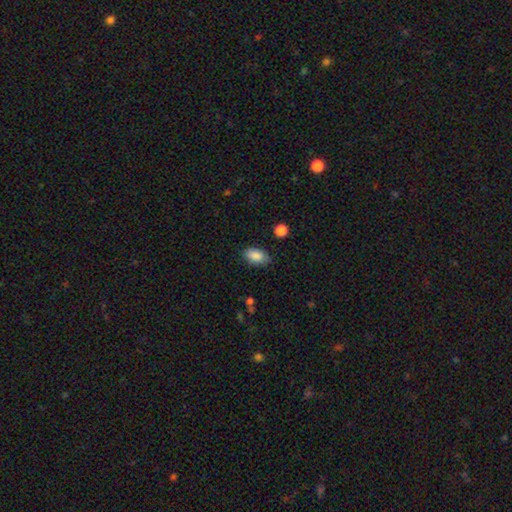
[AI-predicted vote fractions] smooth_or_featured: smooth (p=0.88) [alt: star or artifact p=0.07]
how_rounded: in between (p=0.92) [alt: round p=0.06]
merging: none (p=0.81) [alt: minor disturbance p=0.15]